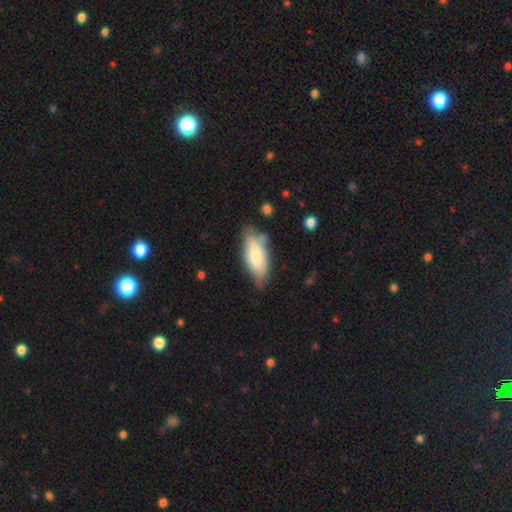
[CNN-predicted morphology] Smooth or featured? Predicted: smooth (p=0.67). How rounded? Predicted: in between (p=0.75). Merging? Predicted: none (p=0.57).